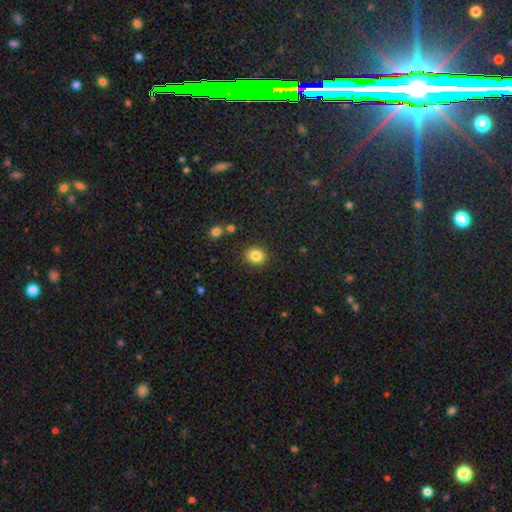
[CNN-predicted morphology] smooth_or_featured: smooth (p=0.85) [alt: star or artifact p=0.10]
how_rounded: round (p=0.68) [alt: in between p=0.31]
merging: none (p=0.87) [alt: minor disturbance p=0.08]